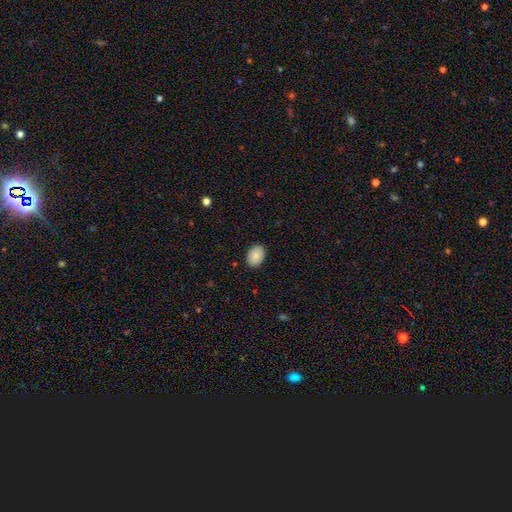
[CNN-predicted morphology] Overall: smooth (88%). How rounded: in between (81%). Merging: none (89%).